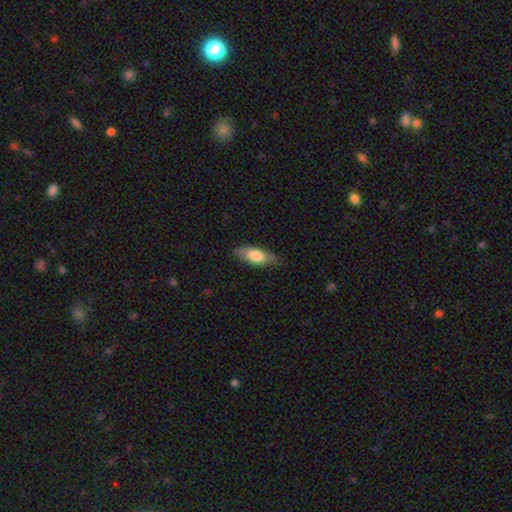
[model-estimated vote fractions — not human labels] Smooth or featured: smooth — 73% (featured or disk — 21%)
How rounded: in between — 75% (cigar-shaped — 22%)
Merging: none — 74% (minor disturbance — 21%)